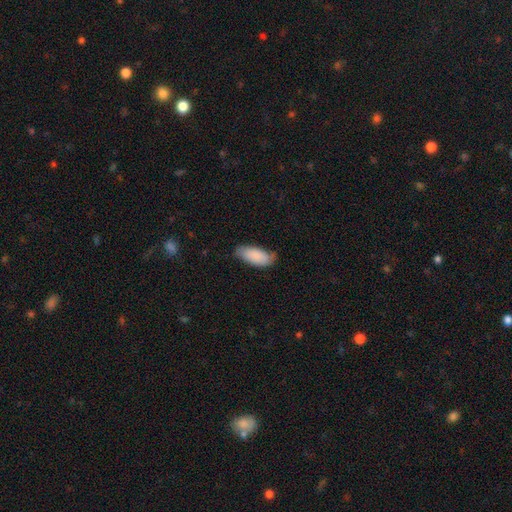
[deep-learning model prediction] smooth_or_featured: smooth (p=0.85) [alt: featured or disk p=0.09]
how_rounded: in between (p=0.88) [alt: cigar-shaped p=0.10]
merging: none (p=0.64) [alt: minor disturbance p=0.29]